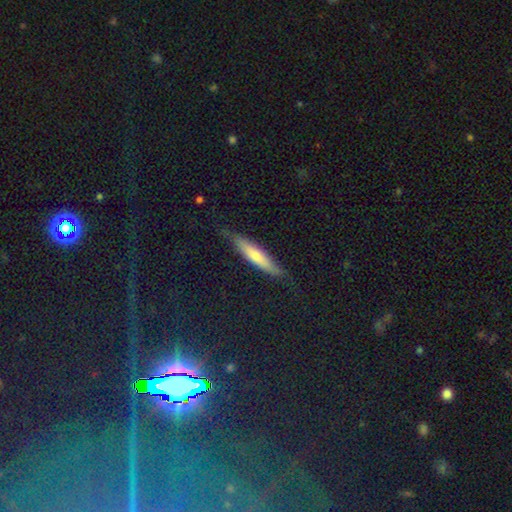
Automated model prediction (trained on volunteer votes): smooth 63%, featured or disk 30%, star or artifact 6%. Down the decision tree: how rounded — cigar-shaped (82%); merging — none (77%).